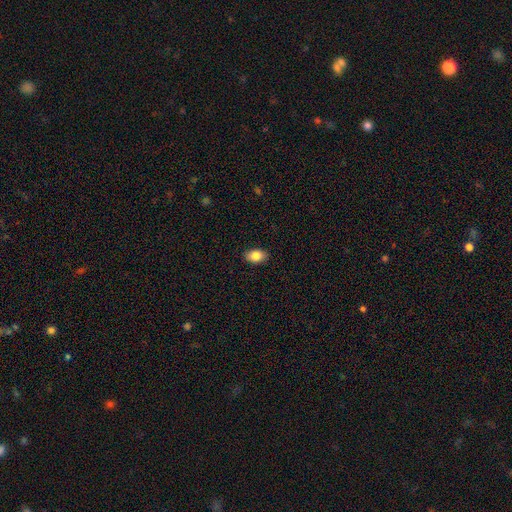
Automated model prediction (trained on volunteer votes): A smooth galaxy with no disk features (84%) that is in between round and cigar-shaped (90%).

Vote fractions:
- Smooth or featured? smooth: 84% / featured or disk: 8% / star or artifact: 8%
- How rounded? in between: 90% / round: 8% / cigar-shaped: 2%
- Merging? none: 89% / minor disturbance: 8% / major disturbance: 2% / merger: 1%